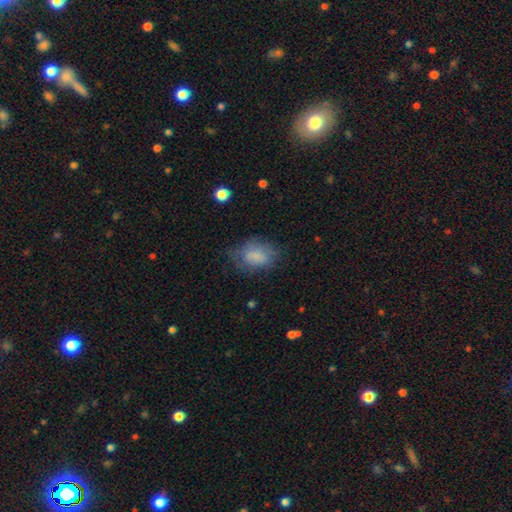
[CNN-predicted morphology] A smooth galaxy with no disk features (75%) that is in between round and cigar-shaped (78%). Merging: none (57%).